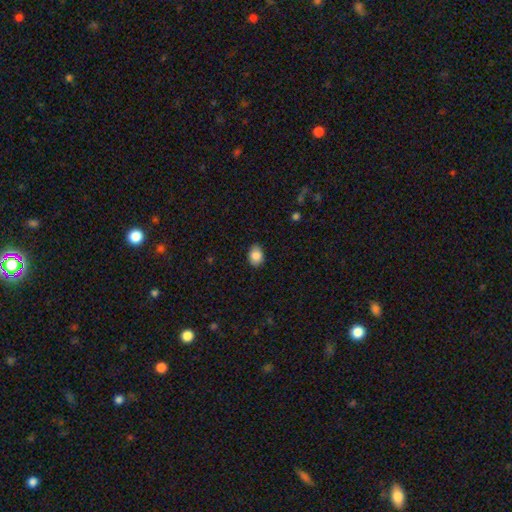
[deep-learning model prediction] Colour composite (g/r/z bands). It shows a smooth galaxy with no disk features (87%) that is in between round and cigar-shaped (70%). Merging: none (86%).